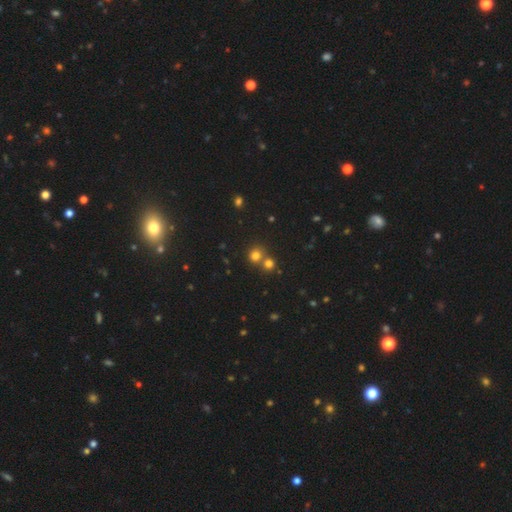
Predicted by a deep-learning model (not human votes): Q: Smooth or featured?
A: smooth (73%); runner-up: star or artifact (19%)
Q: How rounded?
A: round (87%); runner-up: in between (12%)
Q: Merging?
A: none (58%); runner-up: merger (33%)